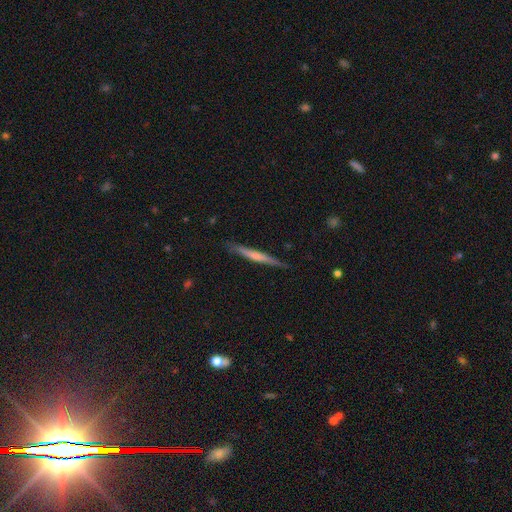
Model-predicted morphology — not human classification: Smooth or featured?
  - featured or disk: 62% *
  - smooth: 30%
  - star or artifact: 7%
Edge-on disk?
  - yes: 97% *
  - no: 3%
Edge-on bulge?
  - rounded: 49% *
  - none: 42%
  - boxy: 9%
Merging?
  - none: 90% *
  - minor disturbance: 8%
  - major disturbance: 1%
  - merger: 1%